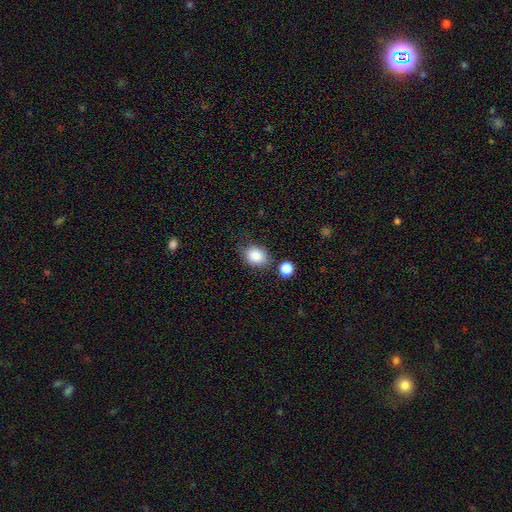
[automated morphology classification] The model was most divided on "how rounded": in between: 61%, round: 38%, cigar-shaped: 1%. More confident: smooth or featured — smooth (87%); merging — none (69%).